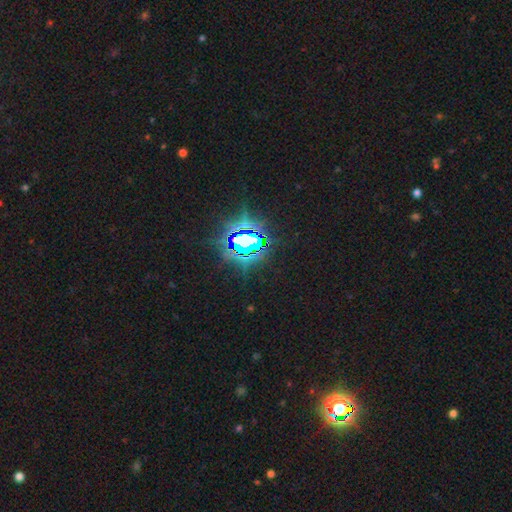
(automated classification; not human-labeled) A star or artifact, not a galaxy (84%).

Vote fractions:
- Smooth or featured? star or artifact: 84% / smooth: 10% / featured or disk: 6%